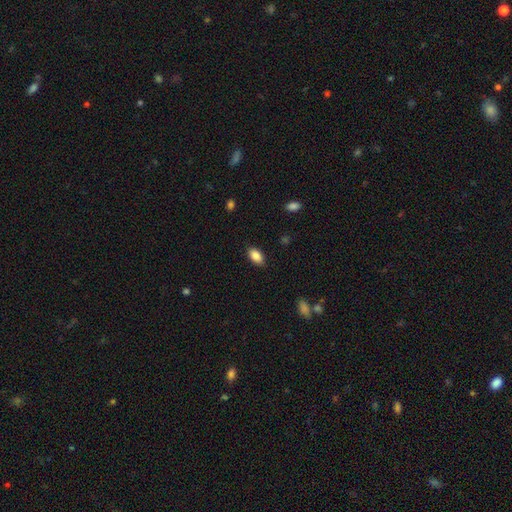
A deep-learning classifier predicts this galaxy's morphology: smooth-or-featured: smooth: 87% | star or artifact: 8% | featured or disk: 5%
  how-rounded: in between: 91% | round: 6% | cigar-shaped: 3%
  merging: none: 86% | minor disturbance: 10% | major disturbance: 2% | merger: 1%